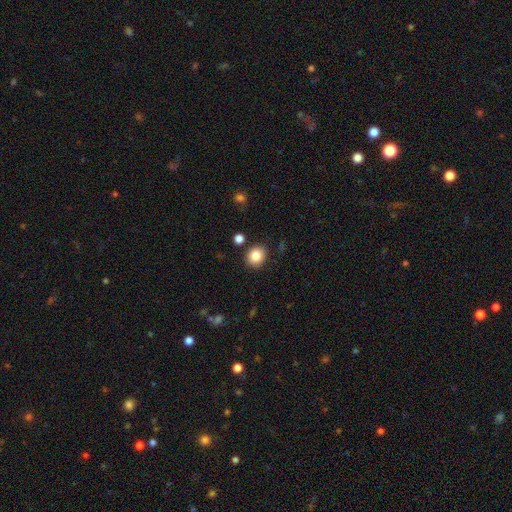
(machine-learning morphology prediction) A smooth galaxy with no disk features (84%) that is round (71%).

Vote fractions:
- Smooth or featured? smooth: 84% / star or artifact: 9% / featured or disk: 6%
- How rounded? round: 71% / in between: 28% / cigar-shaped: 1%
- Merging? none: 87% / minor disturbance: 8% / merger: 3% / major disturbance: 2%